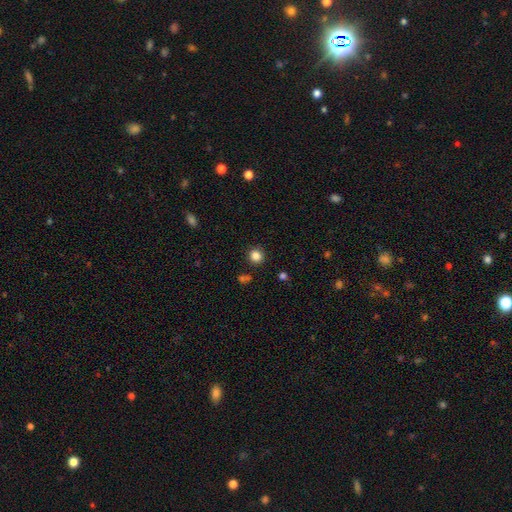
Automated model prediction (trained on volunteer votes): This appears to be a smooth galaxy with no disk features (84%) that is round (91%). Merging: none (88%).